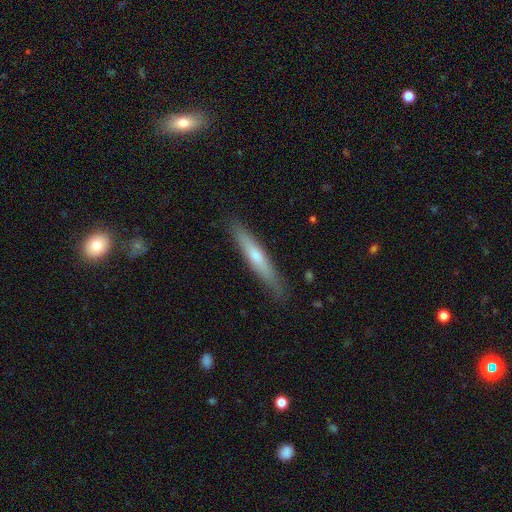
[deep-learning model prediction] Smooth or featured? smooth (55%)
How rounded? cigar-shaped (93%)
Merging? none (86%)